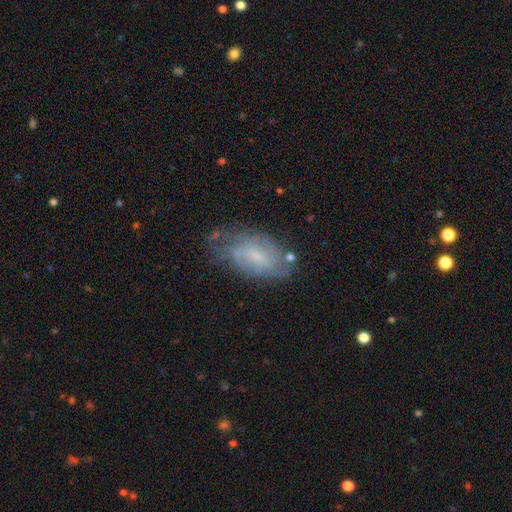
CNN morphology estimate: smooth-or-featured: featured or disk: 63% | smooth: 29% | star or artifact: 9%
  disk-edge-on: no: 94% | yes: 6%
    bar: no: 48% | weak: 45% | strong: 7%
    has-spiral-arms: yes: 79% | no: 21%
    bulge-size: small: 55% | moderate: 24% | none: 17% | large: 2% | dominant: 1%
  merging: none: 59% | minor disturbance: 26% | major disturbance: 12% | merger: 3%